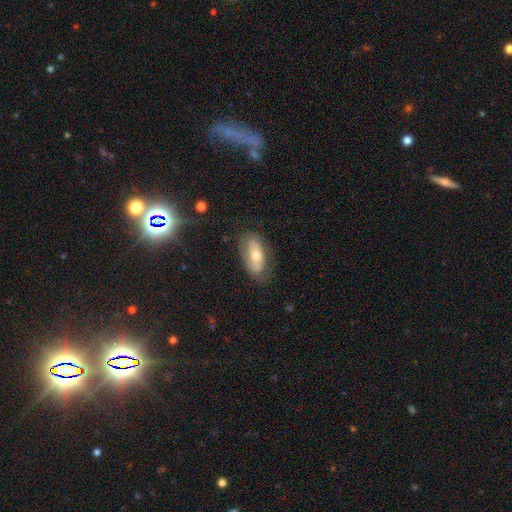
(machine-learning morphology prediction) A smooth galaxy with no disk features (50%).

Vote fractions:
- Smooth or featured? smooth: 50% / featured or disk: 42% / star or artifact: 8%
- Merging? none: 71% / minor disturbance: 19% / major disturbance: 8% / merger: 2%